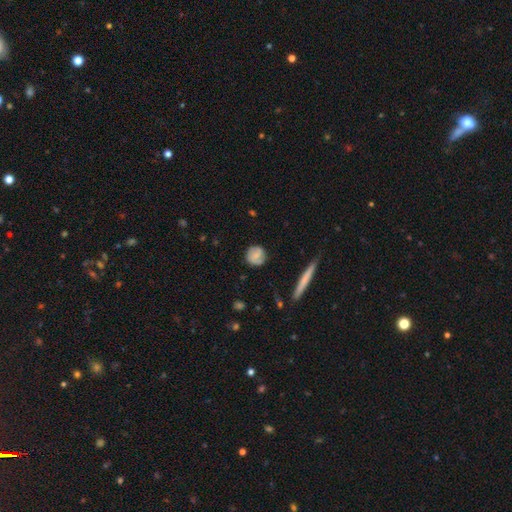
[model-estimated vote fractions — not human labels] A smooth galaxy with no disk features (67%) that is round (85%). Merging: none (80%).